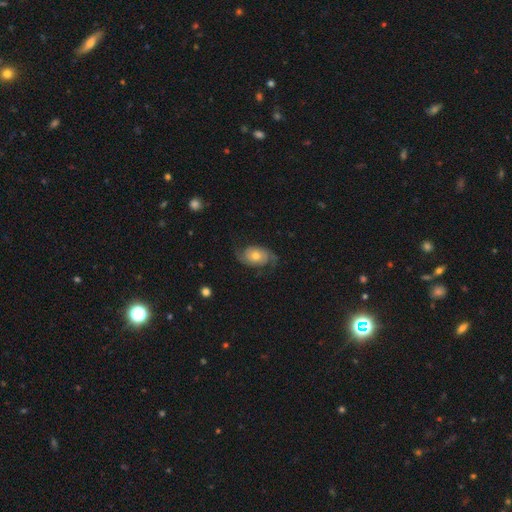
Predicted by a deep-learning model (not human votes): Overall: featured or disk (77%). Edge-on disk: no (97%). Bar: no (77%). Spiral arms: yes (94%). Spiral arm count: 2 (90%). Spiral winding: medium (41%; loose 40%). Bulge size: moderate (60%; small 30%). Merging: none (72%).